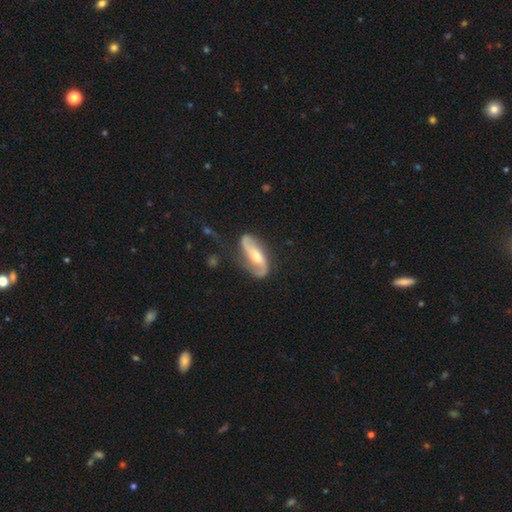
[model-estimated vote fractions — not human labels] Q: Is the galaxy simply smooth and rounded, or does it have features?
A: featured or disk — 80%.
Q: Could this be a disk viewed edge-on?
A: no — 93%.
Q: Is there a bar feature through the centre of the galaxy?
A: weak — 38%.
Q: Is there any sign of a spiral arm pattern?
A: yes — 94%.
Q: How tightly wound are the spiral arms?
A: loose — 56%.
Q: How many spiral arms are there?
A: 2 — 91%.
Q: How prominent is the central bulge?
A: moderate — 61%.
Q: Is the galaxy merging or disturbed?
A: none — 68%.